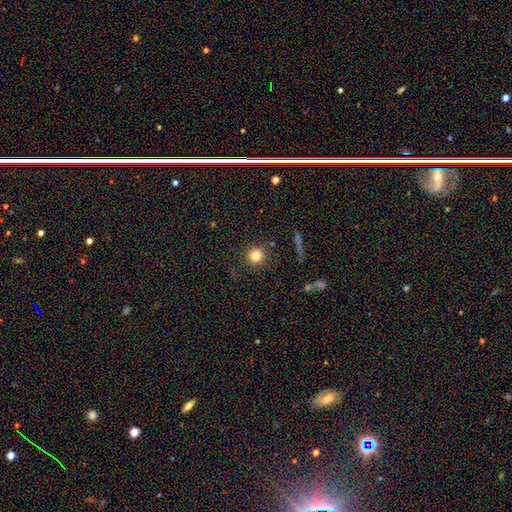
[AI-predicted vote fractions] smooth-or-featured: smooth: 80% | star or artifact: 12% | featured or disk: 7%
  how-rounded: round: 94% | in between: 5% | cigar-shaped: 1%
  merging: none: 89% | minor disturbance: 7% | major disturbance: 2% | merger: 2%